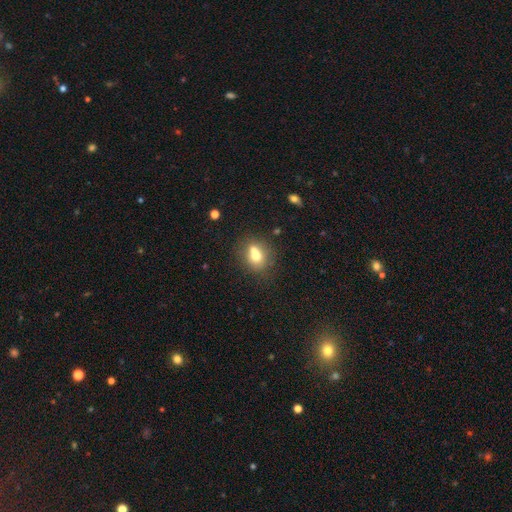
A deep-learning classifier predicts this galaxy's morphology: smooth 67%, featured or disk 22%, star or artifact 12%. Down the decision tree: how rounded — round (64%); merging — none (42%).